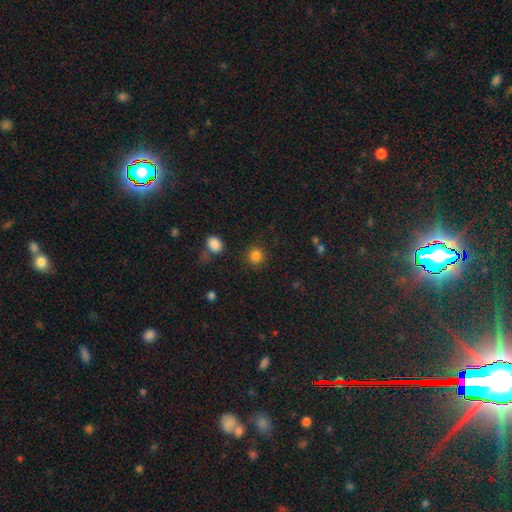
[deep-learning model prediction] The model was most divided on "smooth or featured": smooth: 84%, star or artifact: 12%, featured or disk: 4%. More confident: how rounded — round (91%); merging — none (85%).